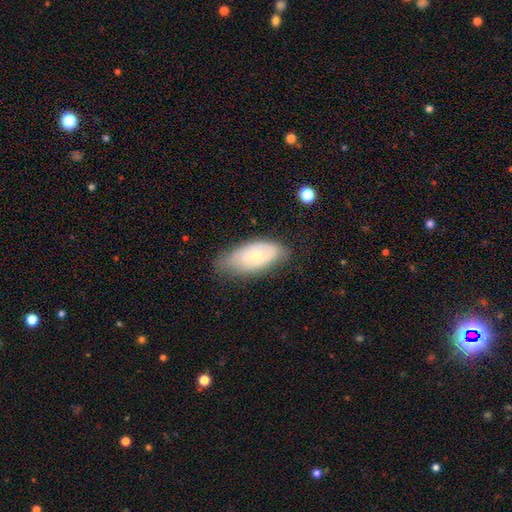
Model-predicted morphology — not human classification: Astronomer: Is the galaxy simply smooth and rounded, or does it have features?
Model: smooth — 52% (runner-up: featured or disk, 41%).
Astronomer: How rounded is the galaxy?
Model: in between — 90%.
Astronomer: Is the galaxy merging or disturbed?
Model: none — 61%.